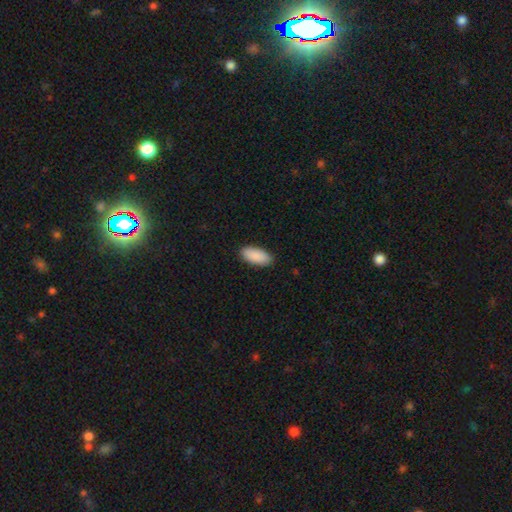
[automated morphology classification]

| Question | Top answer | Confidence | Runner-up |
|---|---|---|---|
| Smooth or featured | smooth | 91% | star or artifact (6%) |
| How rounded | in between | 91% | cigar-shaped (7%) |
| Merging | none | 89% | minor disturbance (8%) |